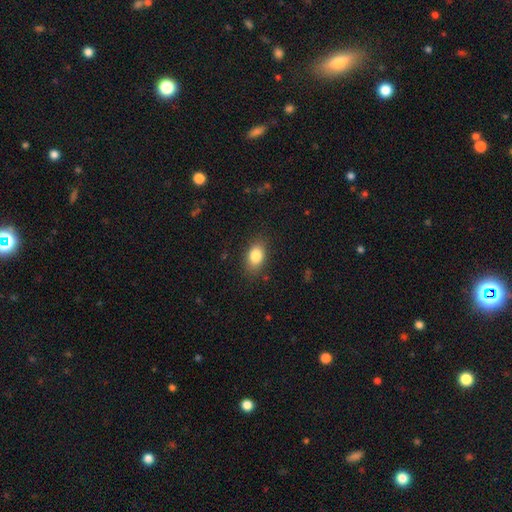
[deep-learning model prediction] Smooth or featured? smooth (84%)
How rounded? in between (83%)
Merging? none (84%)